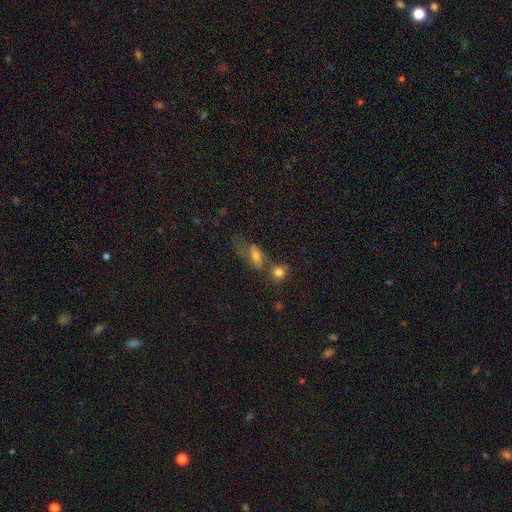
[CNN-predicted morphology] Smooth or featured? smooth (60%)
How rounded? in between (77%)
Merging? none (31%)